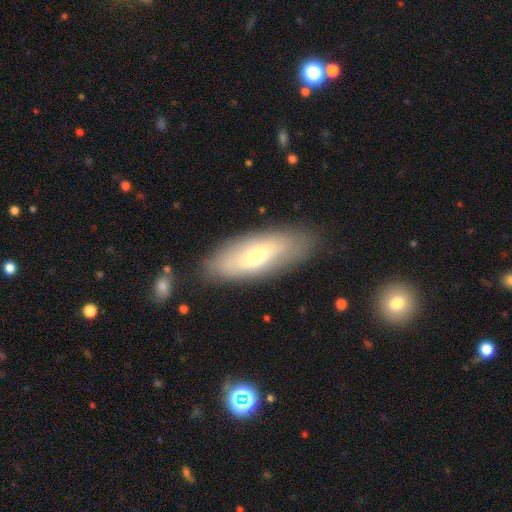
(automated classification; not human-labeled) A smooth galaxy with no disk features (55%) that is in between round and cigar-shaped (71%). Merging: none (81%).